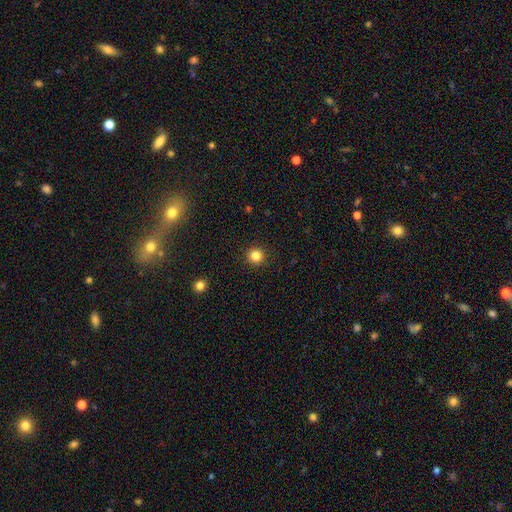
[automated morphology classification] Smooth or featured: smooth — 83% (star or artifact — 12%)
How rounded: round — 94% (in between — 5%)
Merging: none — 92% (minor disturbance — 5%)